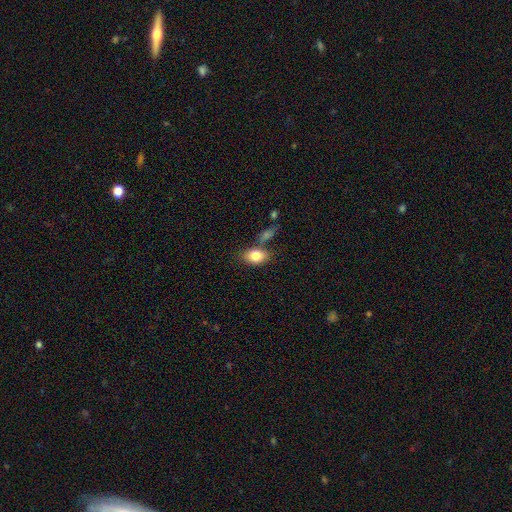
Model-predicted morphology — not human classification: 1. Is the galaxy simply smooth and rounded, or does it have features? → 81% smooth, 11% featured or disk, 8% star or artifact.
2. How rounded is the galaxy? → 81% in between, 17% round, 2% cigar-shaped.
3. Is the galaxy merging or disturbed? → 61% none, 18% merger, 16% minor disturbance, 5% major disturbance.